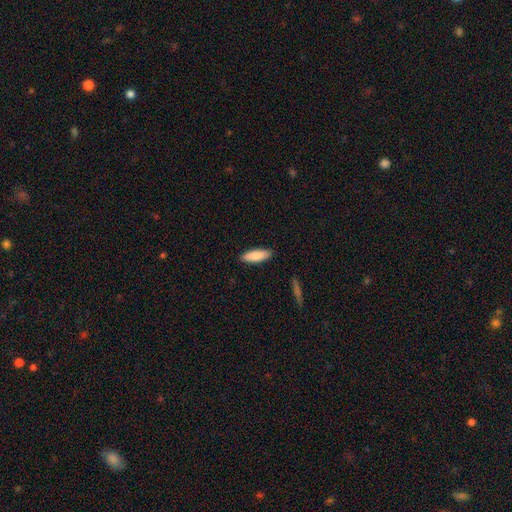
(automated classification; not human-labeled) Overall: smooth (86%). How rounded: in between (53%; cigar-shaped 45%). Merging: none (89%).